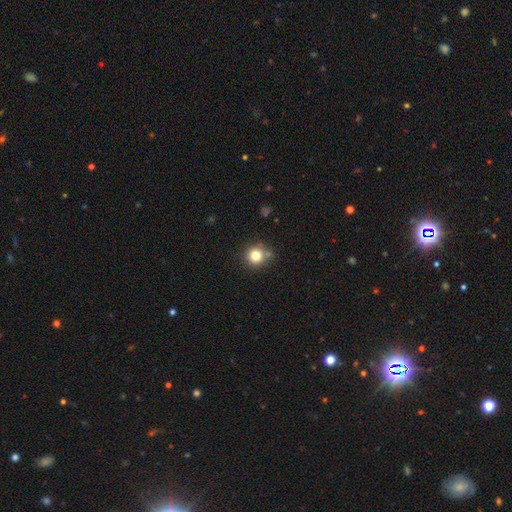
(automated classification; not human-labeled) Smooth or featured: smooth — 80% (star or artifact — 13%)
How rounded: round — 91% (in between — 8%)
Merging: none — 75% (minor disturbance — 12%)